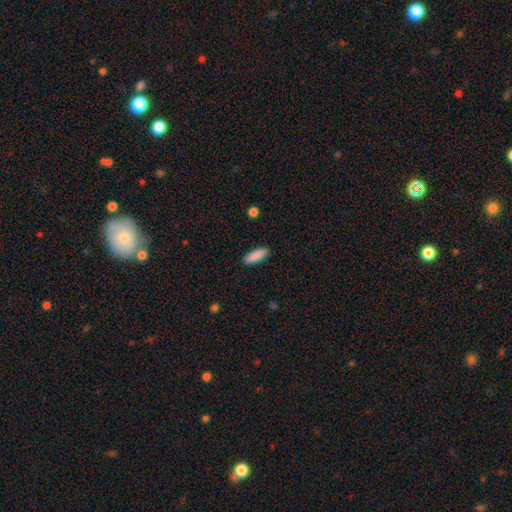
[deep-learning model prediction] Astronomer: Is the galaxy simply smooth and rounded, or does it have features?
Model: smooth — 89%.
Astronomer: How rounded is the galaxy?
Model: in between — 55% (runner-up: cigar-shaped, 44%).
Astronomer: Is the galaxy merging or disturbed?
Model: none — 90%.